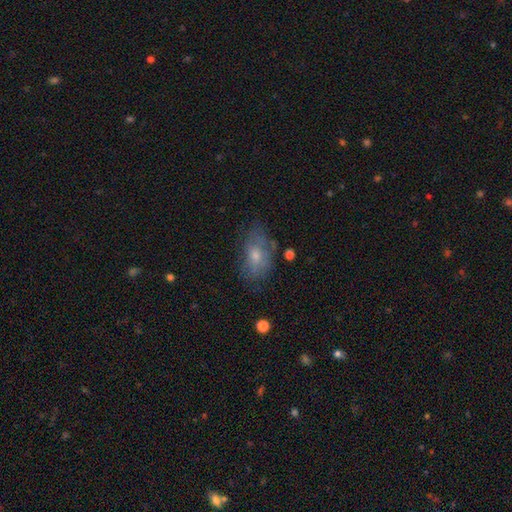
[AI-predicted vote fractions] Q: Smooth or featured?
A: smooth (60%); runner-up: featured or disk (29%)
Q: How rounded?
A: in between (85%); runner-up: round (12%)
Q: Merging?
A: none (62%); runner-up: minor disturbance (24%)